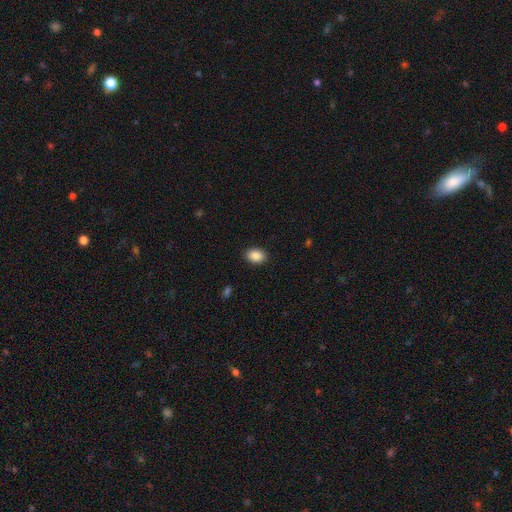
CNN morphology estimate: A smooth galaxy with no disk features (89%) that is in between round and cigar-shaped (77%).

Vote fractions:
- Smooth or featured? smooth: 89% / star or artifact: 8% / featured or disk: 3%
- How rounded? in between: 77% / round: 22% / cigar-shaped: 1%
- Merging? none: 89% / minor disturbance: 8% / major disturbance: 2% / merger: 1%